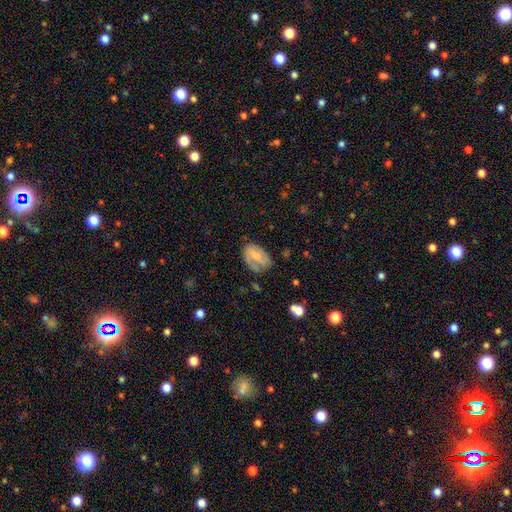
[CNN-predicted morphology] A smooth galaxy with no disk features (50%) that is in between round and cigar-shaped (83%).

Vote fractions:
- Smooth or featured? smooth: 50% / featured or disk: 41% / star or artifact: 9%
- How rounded? in between: 83% / round: 15% / cigar-shaped: 1%
- Merging? none: 52% / minor disturbance: 29% / major disturbance: 16% / merger: 3%